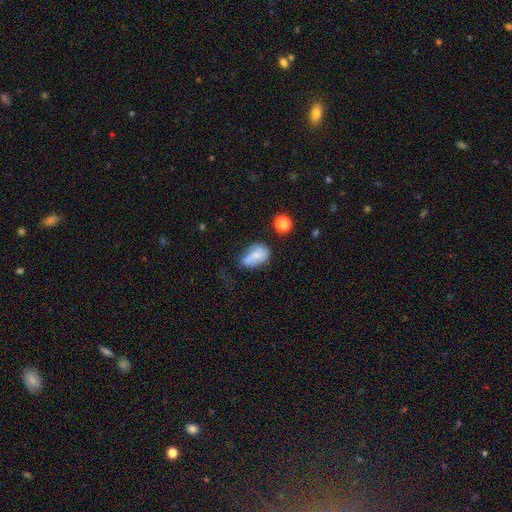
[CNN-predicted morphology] Overall: smooth (62%; featured or disk 29%). How rounded: in between (86%). Merging: none (43%; minor disturbance 33%).